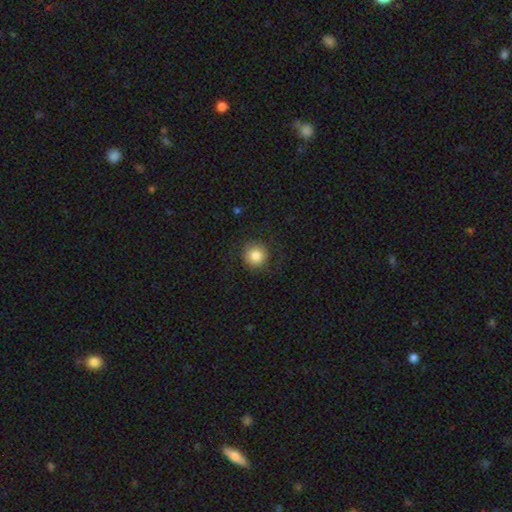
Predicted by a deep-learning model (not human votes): This appears to be a smooth galaxy with no disk features (83%) that is round (94%). Merging: none (84%).